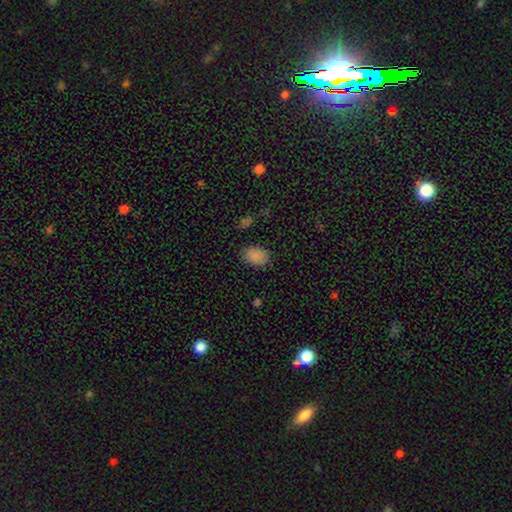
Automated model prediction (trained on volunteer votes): Q: Smooth or featured?
A: smooth (87%); runner-up: star or artifact (9%)
Q: How rounded?
A: in between (84%); runner-up: round (15%)
Q: Merging?
A: none (84%); runner-up: minor disturbance (11%)